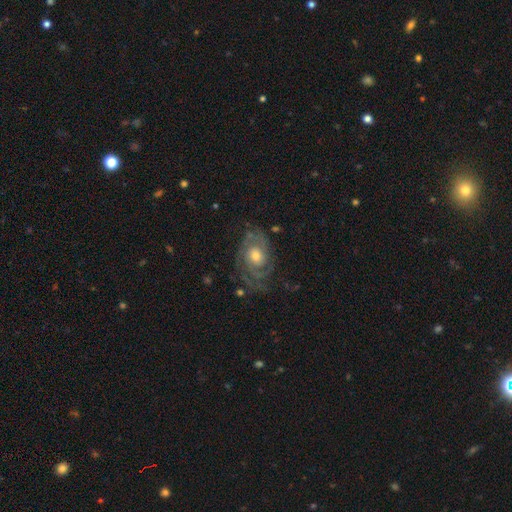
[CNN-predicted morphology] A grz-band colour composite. It shows a featured or disk galaxy (84%) with no bar (74%), 2 (40%) tight (59%) spiral arms (94%) and a moderate central bulge (66%). Merging: none (67%).